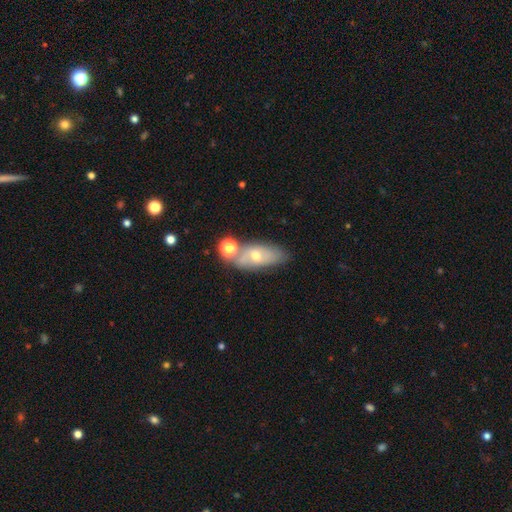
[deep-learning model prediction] Smooth or featured?
  - smooth: 45% *
  - featured or disk: 44%
  - star or artifact: 10%
Merging?
  - none: 48% *
  - merger: 23%
  - minor disturbance: 21%
  - major disturbance: 8%